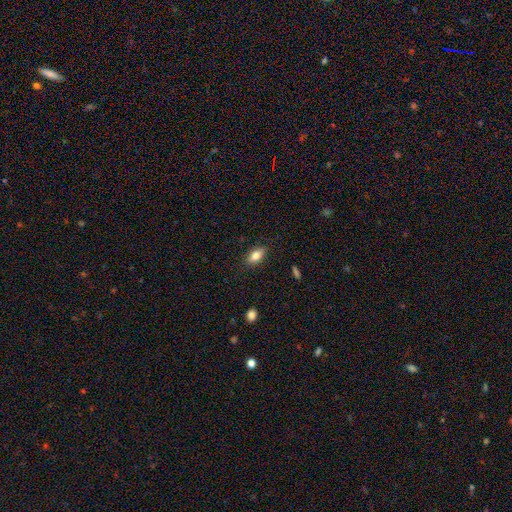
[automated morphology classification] smooth-or-featured: smooth: 80% | featured or disk: 12% | star or artifact: 8%
  how-rounded: in between: 87% | cigar-shaped: 8% | round: 5%
  merging: none: 85% | minor disturbance: 11% | major disturbance: 2% | merger: 1%